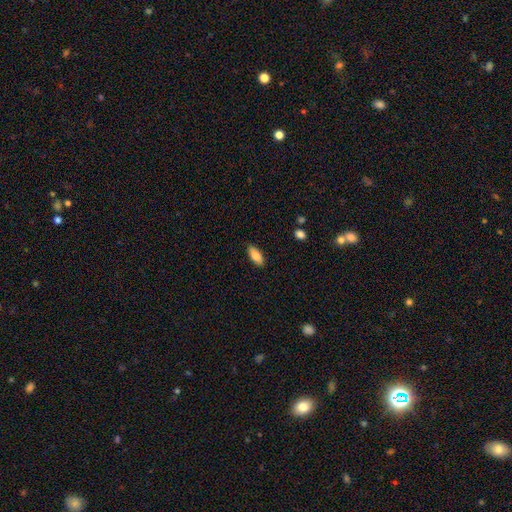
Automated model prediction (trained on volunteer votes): Smooth or featured?
  - smooth: 81% *
  - featured or disk: 12%
  - star or artifact: 7%
How rounded?
  - in between: 83% *
  - cigar-shaped: 15%
  - round: 2%
Merging?
  - none: 87% *
  - minor disturbance: 10%
  - major disturbance: 2%
  - merger: 1%